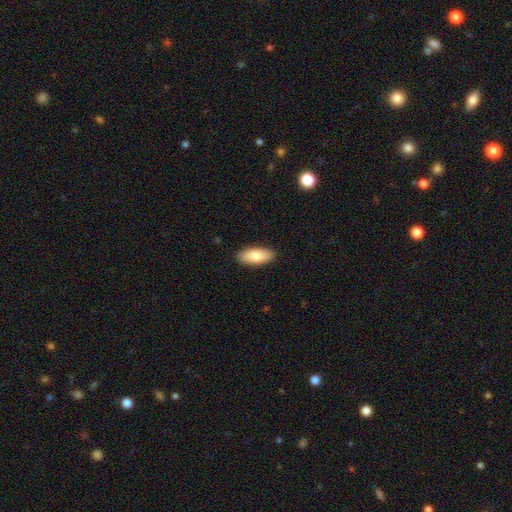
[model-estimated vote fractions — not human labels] Smooth or featured? smooth (81%)
How rounded? in between (84%)
Merging? none (89%)